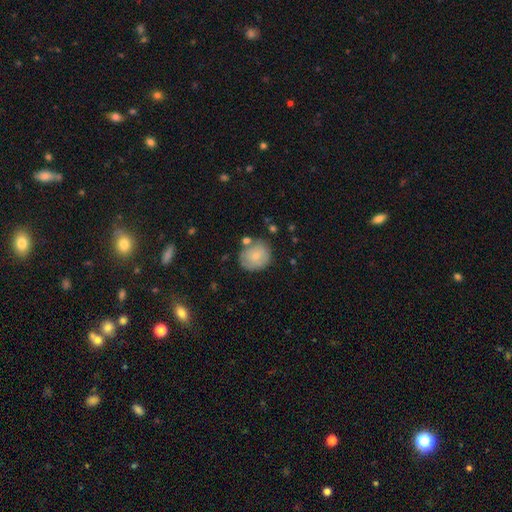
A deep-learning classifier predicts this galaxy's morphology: type=smooth (75%); roundness=round (78%); merging=none (66%).